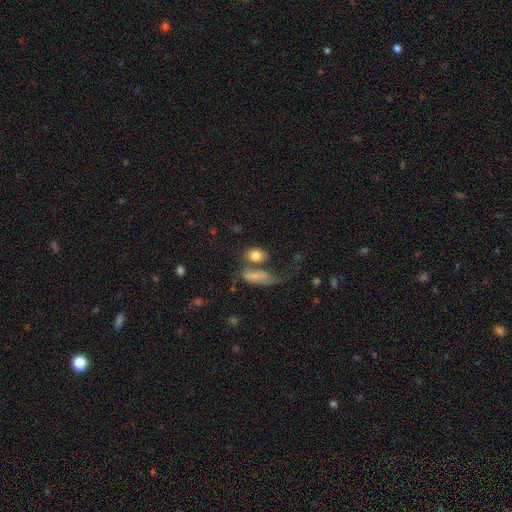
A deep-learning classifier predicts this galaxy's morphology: Smooth or featured?
  - smooth: 78% *
  - featured or disk: 13%
  - star or artifact: 9%
How rounded?
  - in between: 68% *
  - round: 28%
  - cigar-shaped: 4%
Merging?
  - none: 42% *
  - merger: 34%
  - minor disturbance: 13%
  - major disturbance: 11%